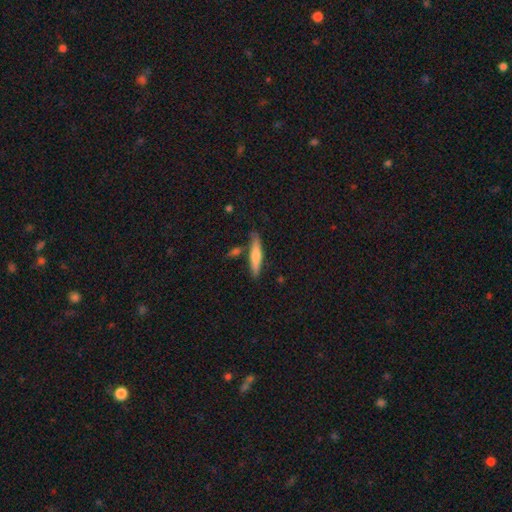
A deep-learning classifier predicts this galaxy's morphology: smooth-or-featured: smooth: 60% | featured or disk: 34% | star or artifact: 6%
  how-rounded: cigar-shaped: 86% | in between: 12% | round: 2%
  merging: none: 76% | minor disturbance: 13% | merger: 8% | major disturbance: 3%